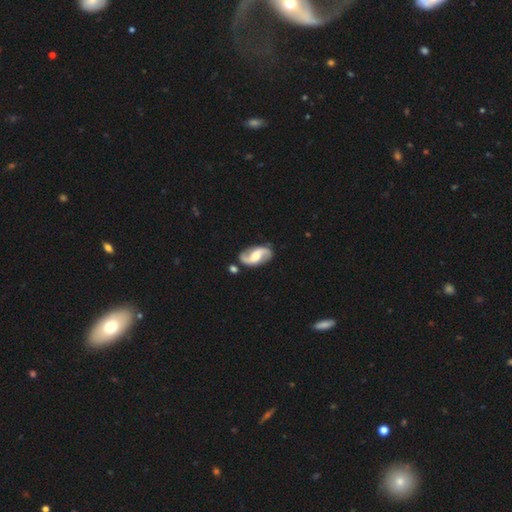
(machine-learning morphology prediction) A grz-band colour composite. It shows a featured or disk galaxy (87%) with a weak bar (42%), 2 (94%) loose (47%) spiral arms (96%) and a moderate central bulge (62%). Merging: none (82%).